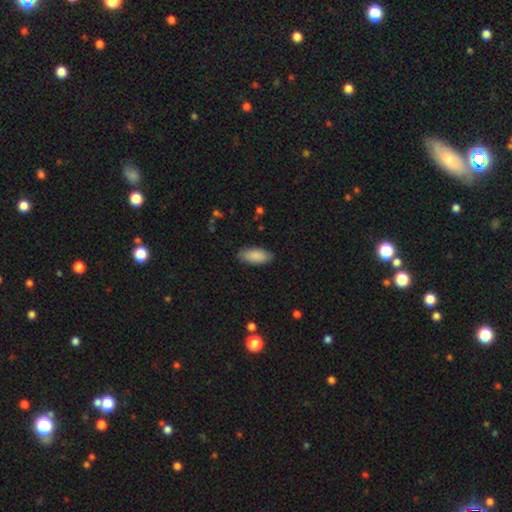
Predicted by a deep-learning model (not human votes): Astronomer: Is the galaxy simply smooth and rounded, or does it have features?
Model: smooth — 89%.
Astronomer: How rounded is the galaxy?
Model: in between — 88%.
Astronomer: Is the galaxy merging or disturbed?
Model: none — 85%.